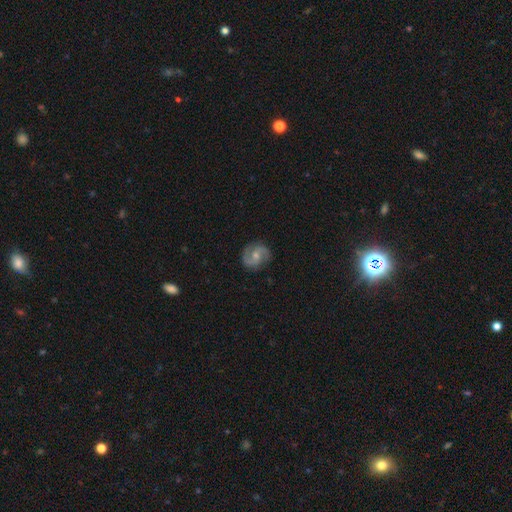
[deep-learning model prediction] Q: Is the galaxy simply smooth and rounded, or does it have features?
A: featured or disk — 82%.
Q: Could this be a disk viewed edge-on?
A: no — 98%.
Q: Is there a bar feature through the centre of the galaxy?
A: no — 51%.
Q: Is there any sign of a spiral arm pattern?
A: yes — 96%.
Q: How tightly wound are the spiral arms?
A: medium — 54%.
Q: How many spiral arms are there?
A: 2 — 91%.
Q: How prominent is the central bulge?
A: moderate — 48%.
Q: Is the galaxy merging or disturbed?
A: none — 83%.